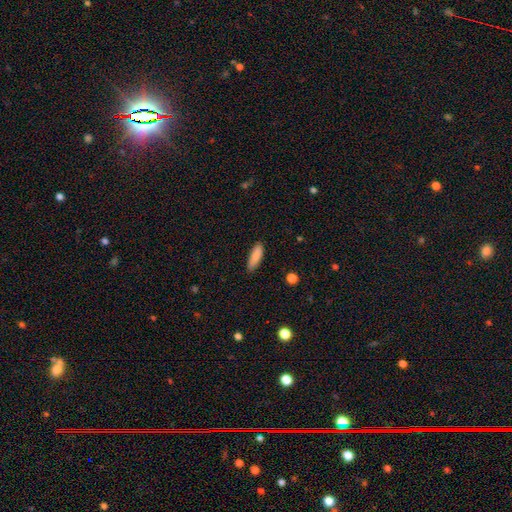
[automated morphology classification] type=smooth (87%); roundness=cigar-shaped (54%); merging=none (84%).